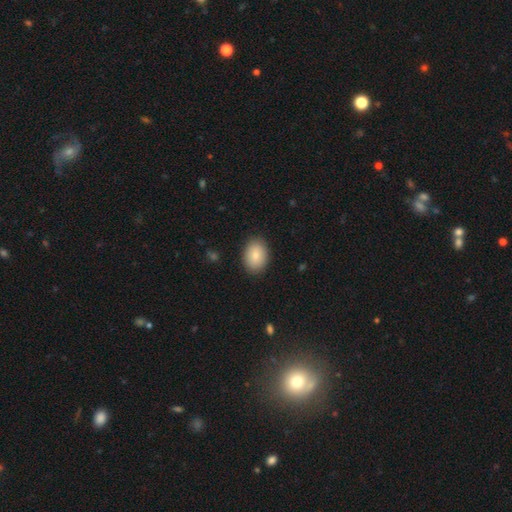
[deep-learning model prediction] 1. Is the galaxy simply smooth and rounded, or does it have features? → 84% smooth, 9% featured or disk, 7% star or artifact.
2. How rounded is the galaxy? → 74% in between, 25% round, 1% cigar-shaped.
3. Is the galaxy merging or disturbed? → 88% none, 9% minor disturbance, 2% major disturbance, 1% merger.